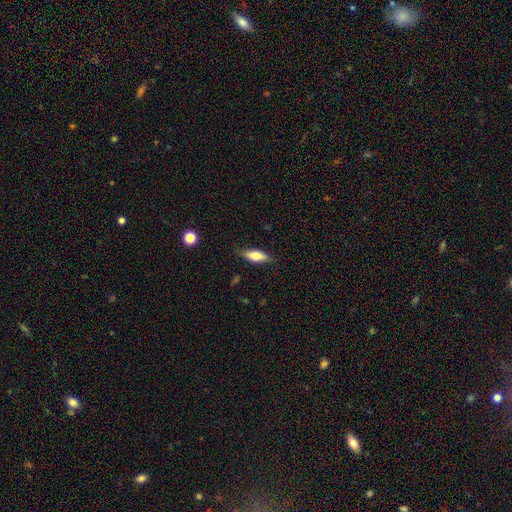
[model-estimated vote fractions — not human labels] This is likely a smooth galaxy (71%). How rounded: likely in between (65%). Merging: clearly none (82%).